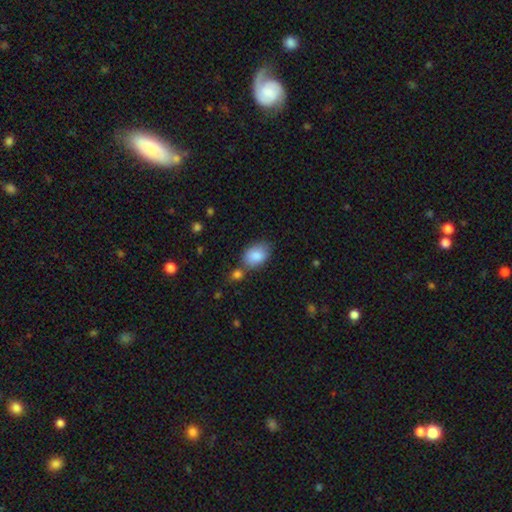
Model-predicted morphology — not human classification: Smooth or featured: smooth — 86% (star or artifact — 7%)
How rounded: in between — 83% (round — 16%)
Merging: none — 60% (minor disturbance — 19%)